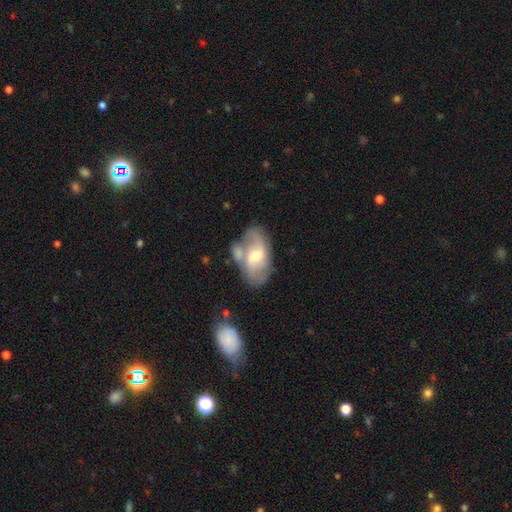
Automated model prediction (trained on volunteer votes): smooth-or-featured: featured or disk: 64% | smooth: 29% | star or artifact: 7%
  disk-edge-on: no: 94% | yes: 6%
    bar: weak: 46% | no: 42% | strong: 12%
    has-spiral-arms: yes: 77% | no: 23%
    bulge-size: moderate: 67% | small: 24% | large: 6% | none: 1% | dominant: 1%
  merging: none: 48% | merger: 27% | minor disturbance: 18% | major disturbance: 8%